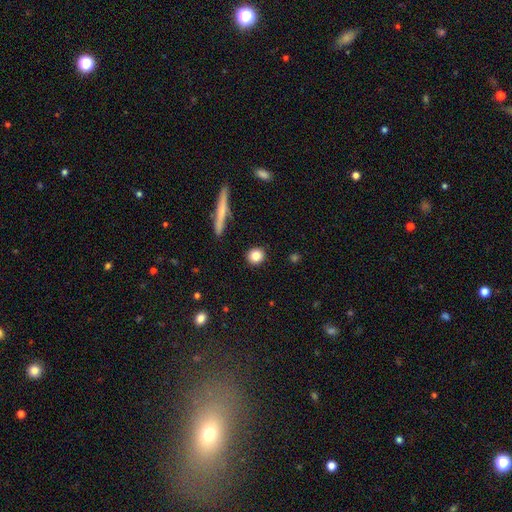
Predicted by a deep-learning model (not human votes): Morphology: type=smooth (84%); roundness=round (87%); merging=none (90%).